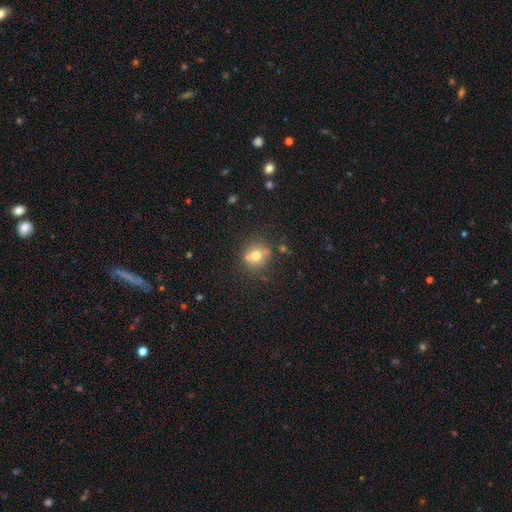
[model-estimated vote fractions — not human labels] Smooth or featured?
  - smooth: 67% *
  - featured or disk: 18%
  - star or artifact: 15%
How rounded?
  - round: 88% *
  - in between: 11%
  - cigar-shaped: 1%
Merging?
  - none: 63% *
  - merger: 23%
  - minor disturbance: 11%
  - major disturbance: 4%